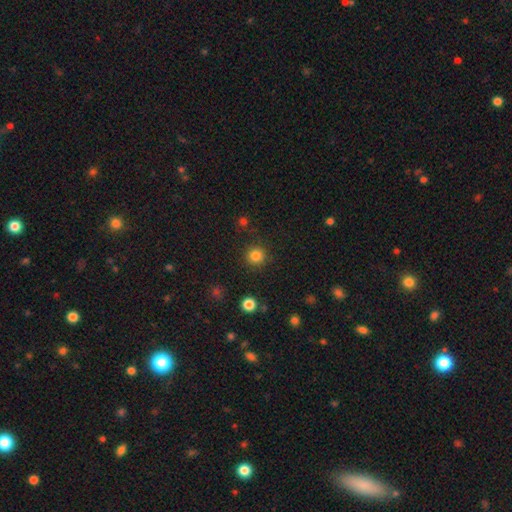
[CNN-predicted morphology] This is clearly a smooth galaxy (83%). How rounded: clearly round (95%). Merging: clearly none (90%).